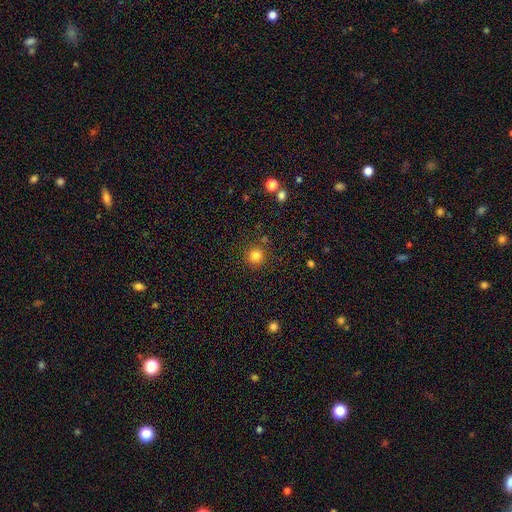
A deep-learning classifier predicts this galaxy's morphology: Q: Smooth or featured?
A: smooth (83%); runner-up: star or artifact (13%)
Q: How rounded?
A: round (92%); runner-up: in between (7%)
Q: Merging?
A: none (86%); runner-up: minor disturbance (8%)